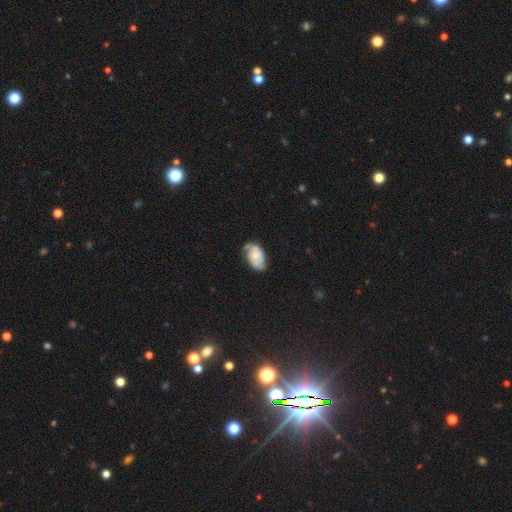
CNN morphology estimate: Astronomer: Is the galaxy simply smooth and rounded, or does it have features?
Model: featured or disk — 52% (runner-up: smooth, 40%).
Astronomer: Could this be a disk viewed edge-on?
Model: no — 95%.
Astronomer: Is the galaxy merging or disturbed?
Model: none — 60%.